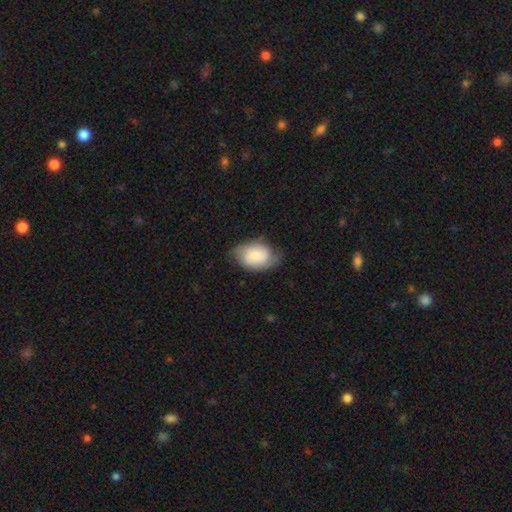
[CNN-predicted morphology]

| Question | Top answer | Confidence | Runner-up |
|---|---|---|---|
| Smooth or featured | smooth | 58% | featured or disk (35%) |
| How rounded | in between | 83% | round (16%) |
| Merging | none | 61% | minor disturbance (28%) |